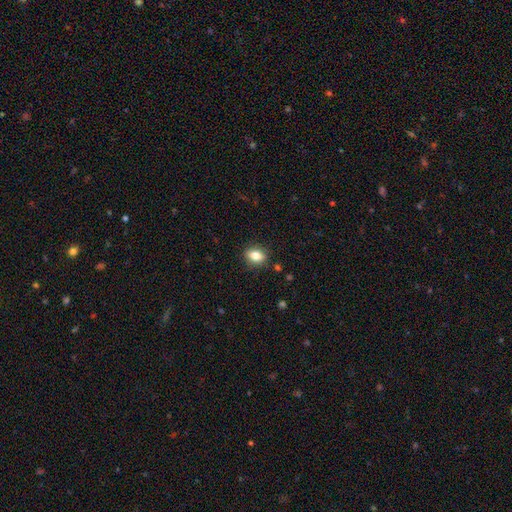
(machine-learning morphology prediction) Smooth or featured?
  - smooth: 81% *
  - featured or disk: 10%
  - star or artifact: 9%
How rounded?
  - in between: 66% *
  - round: 32%
  - cigar-shaped: 2%
Merging?
  - none: 86% *
  - minor disturbance: 10%
  - major disturbance: 2%
  - merger: 1%